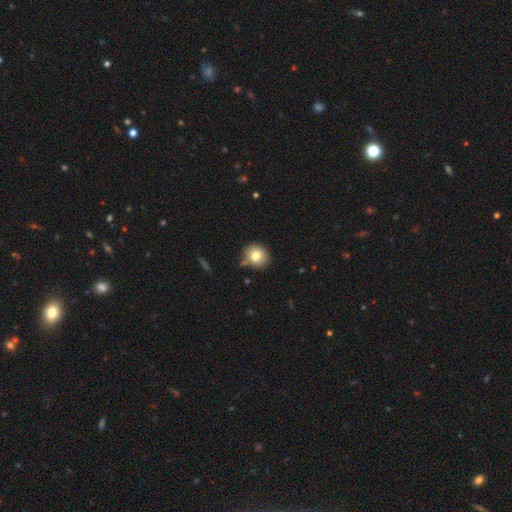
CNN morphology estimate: A smooth galaxy with no disk features (77%) that is round (87%).

Vote fractions:
- Smooth or featured? smooth: 77% / featured or disk: 12% / star or artifact: 11%
- How rounded? round: 87% / in between: 12% / cigar-shaped: 1%
- Merging? none: 77% / minor disturbance: 14% / merger: 6% / major disturbance: 3%